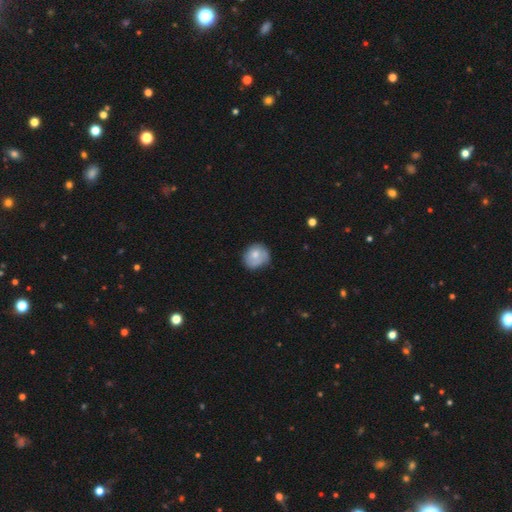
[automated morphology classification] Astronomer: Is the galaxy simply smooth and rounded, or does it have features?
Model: smooth — 71%.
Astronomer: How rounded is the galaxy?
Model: round — 78%.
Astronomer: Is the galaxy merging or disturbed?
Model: none — 57% (runner-up: minor disturbance, 32%).